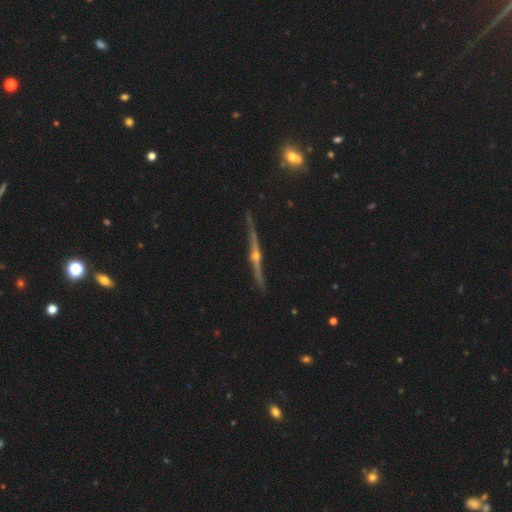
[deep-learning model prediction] featured or disk 88%, smooth 6%, star or artifact 6%. Down the decision tree: edge-on disk — yes (97%); edge-on bulge — rounded (92%); merging — none (86%).